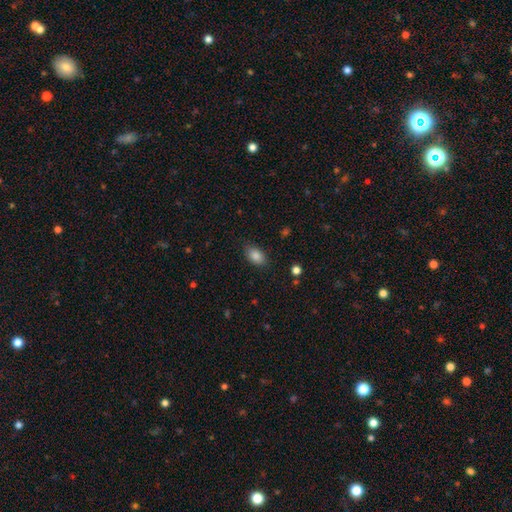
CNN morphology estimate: smooth-or-featured: smooth: 86% | star or artifact: 8% | featured or disk: 6%
  how-rounded: in between: 88% | round: 10% | cigar-shaped: 2%
  merging: none: 85% | minor disturbance: 11% | major disturbance: 3% | merger: 1%